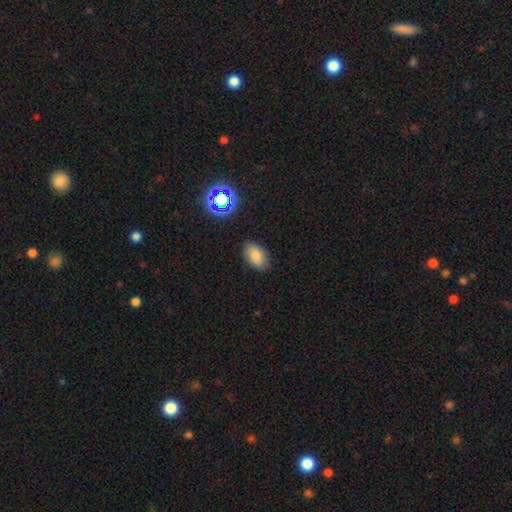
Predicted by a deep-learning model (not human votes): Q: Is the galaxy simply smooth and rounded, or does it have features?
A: smooth — 83%.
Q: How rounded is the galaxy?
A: in between — 92%.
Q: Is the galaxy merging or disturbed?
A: none — 83%.